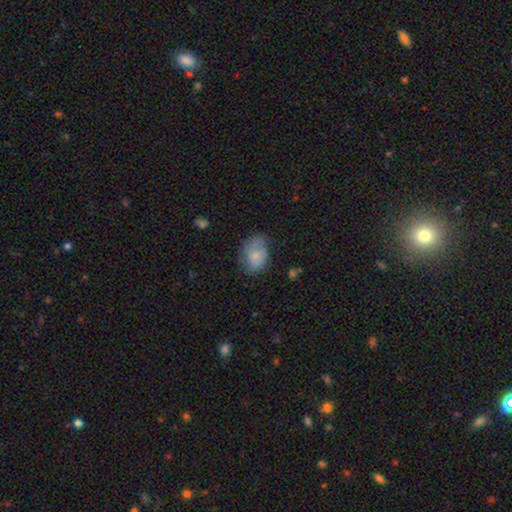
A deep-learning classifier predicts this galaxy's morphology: smooth-or-featured: smooth: 68% | featured or disk: 24% | star or artifact: 8%
  how-rounded: in between: 71% | round: 28% | cigar-shaped: 1%
  merging: none: 55% | minor disturbance: 30% | major disturbance: 12% | merger: 2%